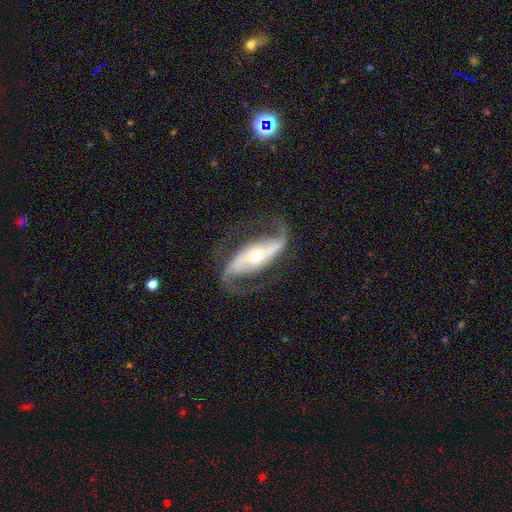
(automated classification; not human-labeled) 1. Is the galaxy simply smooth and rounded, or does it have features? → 90% featured or disk, 6% smooth, 4% star or artifact.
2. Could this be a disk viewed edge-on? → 93% no, 7% yes.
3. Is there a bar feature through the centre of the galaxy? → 46% strong, 30% no, 24% weak.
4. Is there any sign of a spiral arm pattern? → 96% yes, 4% no.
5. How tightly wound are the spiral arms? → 59% loose, 32% medium, 9% tight.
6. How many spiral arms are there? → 93% 2, 2% 1, 2% can't tell, 1% 3, 1% 4, 1% more than 4.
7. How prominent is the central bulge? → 52% moderate, 42% small, 4% large, 1% dominant, 1% none.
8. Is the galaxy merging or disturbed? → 76% none, 13% minor disturbance, 10% major disturbance, 2% merger.